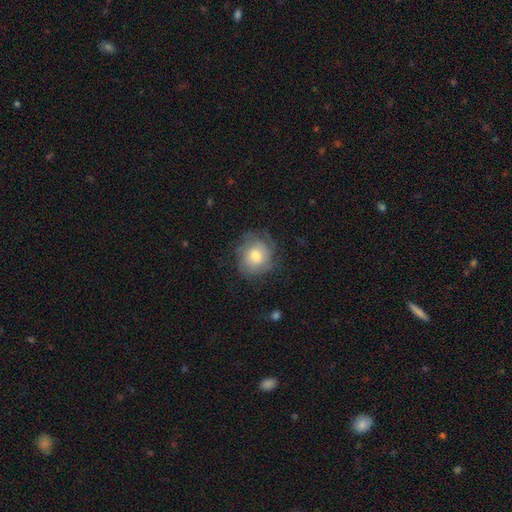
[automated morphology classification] smooth_or_featured: smooth (p=0.59) [alt: featured or disk p=0.33]
how_rounded: round (p=0.81) [alt: in between p=0.18]
merging: none (p=0.69) [alt: minor disturbance p=0.21]